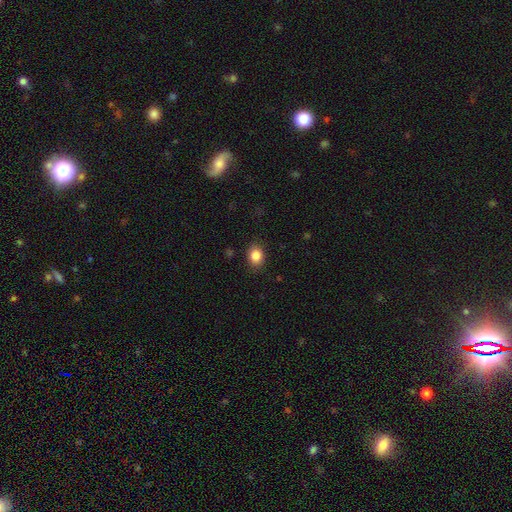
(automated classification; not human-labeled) Q: Smooth or featured?
A: smooth (86%); runner-up: star or artifact (9%)
Q: How rounded?
A: in between (53%); runner-up: round (46%)
Q: Merging?
A: none (86%); runner-up: minor disturbance (11%)